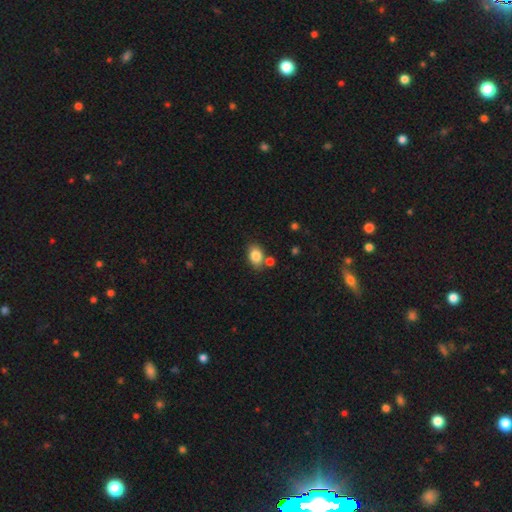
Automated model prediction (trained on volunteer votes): Smooth or featured? smooth (83%)
How rounded? in between (75%)
Merging? none (71%)